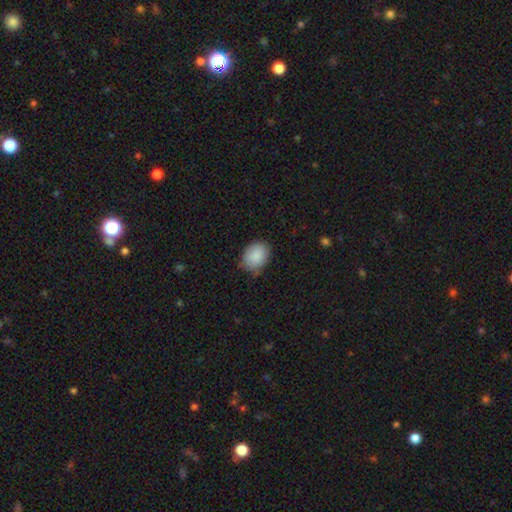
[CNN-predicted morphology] This appears to be a smooth galaxy with no disk features (89%) that is in between round and cigar-shaped (67%). Merging: none (71%).